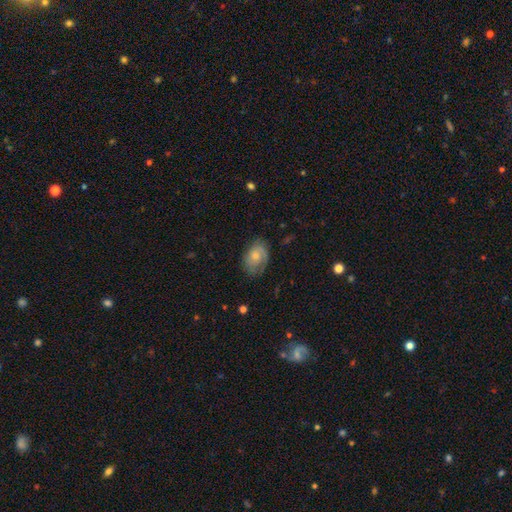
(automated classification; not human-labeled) Smooth or featured: smooth — 53% (featured or disk — 39%)
How rounded: in between — 77% (round — 21%)
Merging: none — 64% (minor disturbance — 26%)